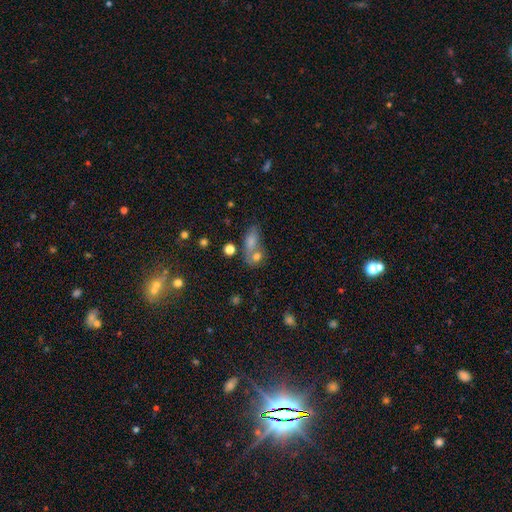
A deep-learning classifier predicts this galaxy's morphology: Smooth or featured? smooth (62%)
How rounded? in between (64%)
Merging? none (40%)